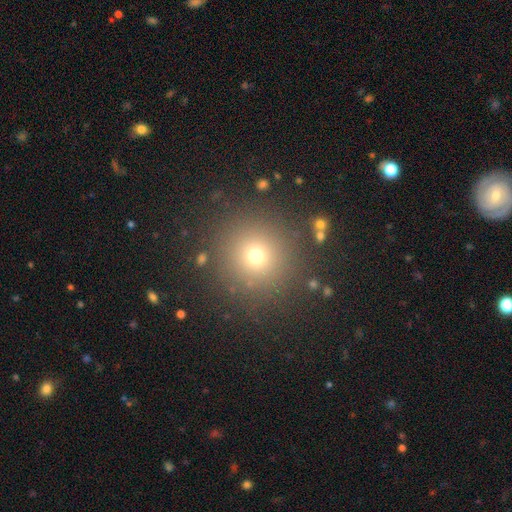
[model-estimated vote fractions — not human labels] smooth 69%, star or artifact 23%, featured or disk 9%. Down the decision tree: how rounded — round (95%); merging — none (88%).